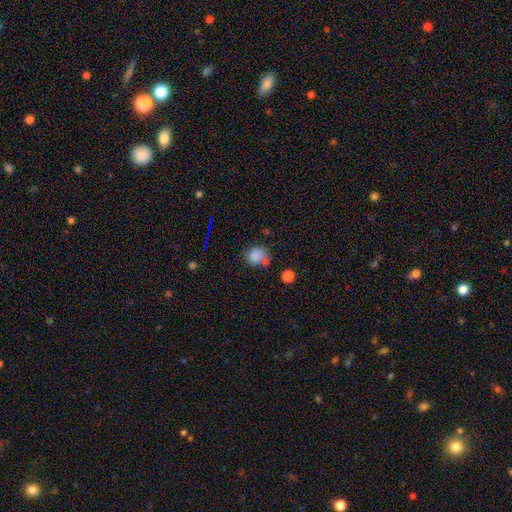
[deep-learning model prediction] This appears to be a smooth galaxy with no disk features (82%) that is round (76%). Merging: none (60%).